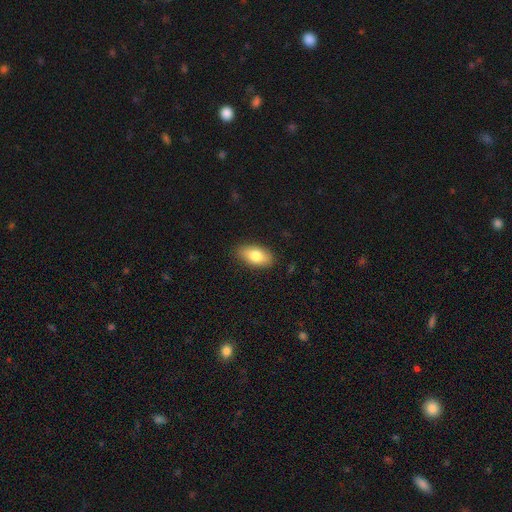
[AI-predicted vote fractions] Smooth or featured: smooth — 81% (featured or disk — 13%)
How rounded: in between — 91% (cigar-shaped — 5%)
Merging: none — 86% (minor disturbance — 11%)